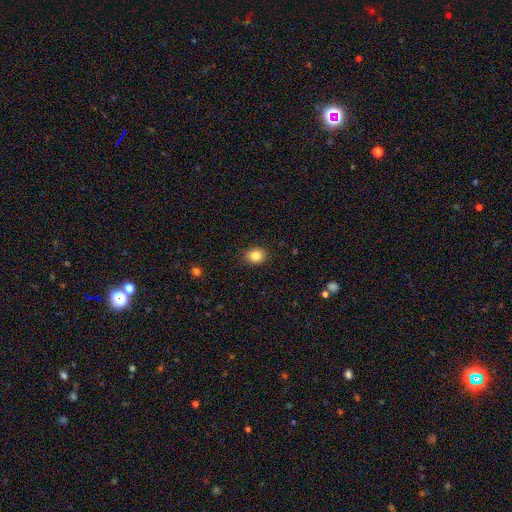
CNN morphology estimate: Smooth or featured? Predicted: smooth (p=0.84). How rounded? Predicted: round (p=0.57). Merging? Predicted: none (p=0.88).